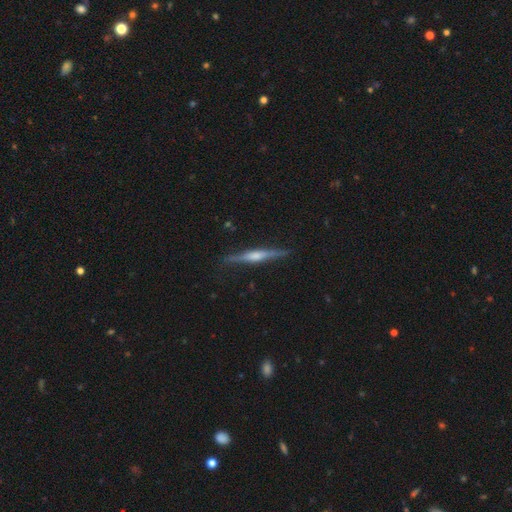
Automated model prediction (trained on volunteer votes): smooth-or-featured: featured or disk: 76% | smooth: 19% | star or artifact: 5%
  disk-edge-on: yes: 98% | no: 2%
    edge-on-bulge: rounded: 72% | boxy: 17% | none: 11%
  merging: none: 88% | minor disturbance: 9% | major disturbance: 2% | merger: 1%